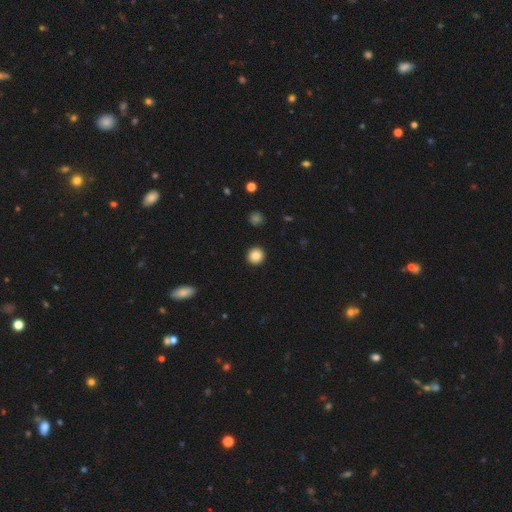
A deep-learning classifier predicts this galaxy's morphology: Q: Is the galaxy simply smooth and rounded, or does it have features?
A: smooth — 87%.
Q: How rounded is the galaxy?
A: round — 94%.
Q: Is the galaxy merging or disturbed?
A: none — 93%.